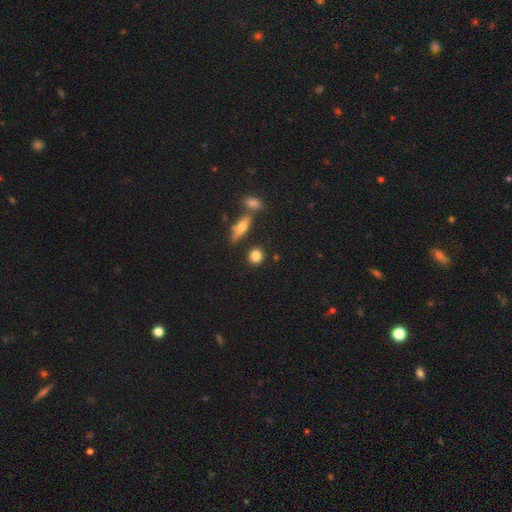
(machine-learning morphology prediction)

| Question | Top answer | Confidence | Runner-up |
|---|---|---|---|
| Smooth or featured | smooth | 82% | star or artifact (9%) |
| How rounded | round | 78% | in between (18%) |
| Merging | none | 80% | minor disturbance (9%) |